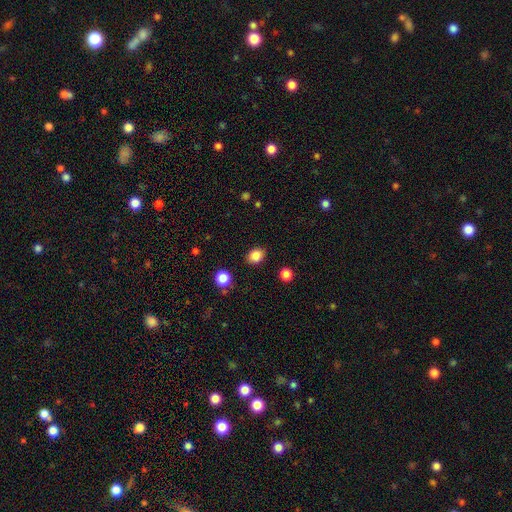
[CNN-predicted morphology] Smooth or featured: smooth — 86% (star or artifact — 10%)
How rounded: in between — 53% (round — 46%)
Merging: none — 87% (minor disturbance — 9%)